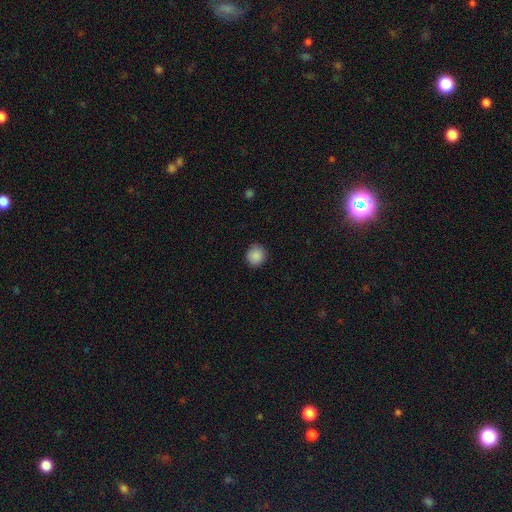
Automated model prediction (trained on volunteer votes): smooth_or_featured: smooth (p=0.88) [alt: star or artifact p=0.08]
how_rounded: round (p=0.88) [alt: in between p=0.11]
merging: none (p=0.88) [alt: minor disturbance p=0.09]